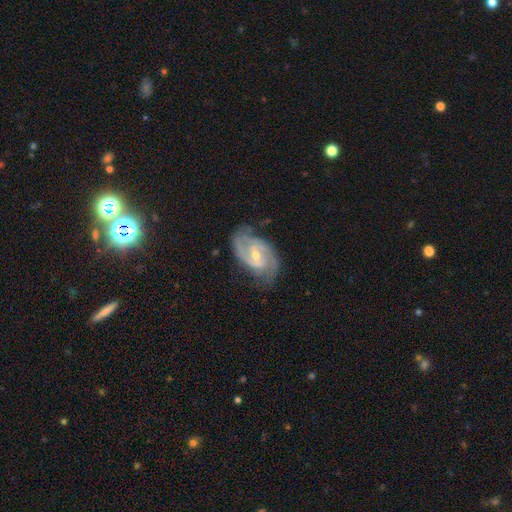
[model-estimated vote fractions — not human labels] This is clearly a featured or disk galaxy (89%). It is clearly not viewed edge-on (97%). Bar: possibly weak (50%). Spiral arm pattern: clearly yes (97%). Spiral arm count: likely 2 (79%). Spiral winding: possibly medium (50%). Central bulge: possibly small (54%). Merging: likely none (72%).